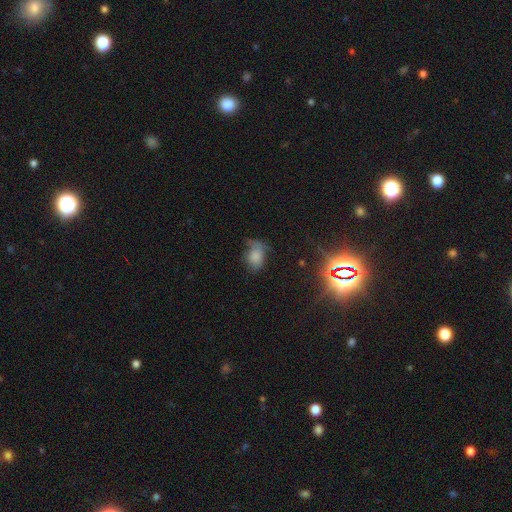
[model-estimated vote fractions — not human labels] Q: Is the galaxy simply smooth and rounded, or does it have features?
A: smooth — 71%.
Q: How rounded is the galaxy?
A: in between — 73%.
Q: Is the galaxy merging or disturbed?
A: none — 38%.